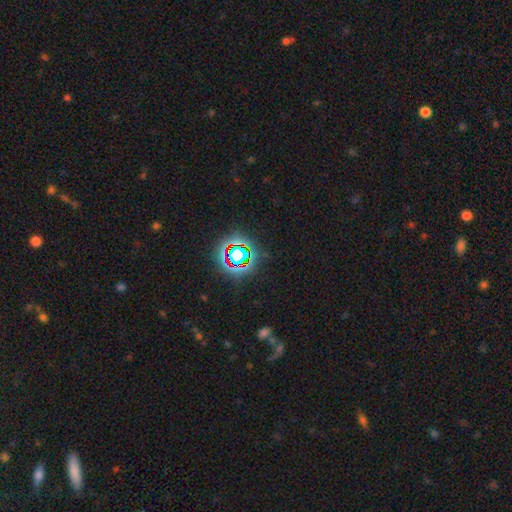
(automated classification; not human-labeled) Smooth or featured? Predicted: star or artifact (p=0.74).